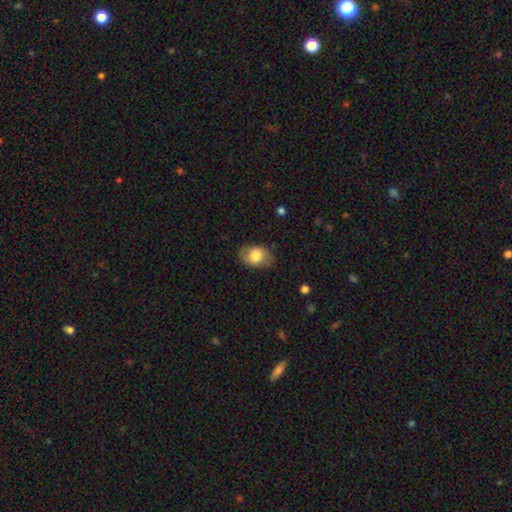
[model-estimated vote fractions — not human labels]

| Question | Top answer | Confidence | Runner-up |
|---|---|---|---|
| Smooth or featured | smooth | 75% | featured or disk (17%) |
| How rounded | in between | 75% | round (24%) |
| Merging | none | 76% | minor disturbance (18%) |